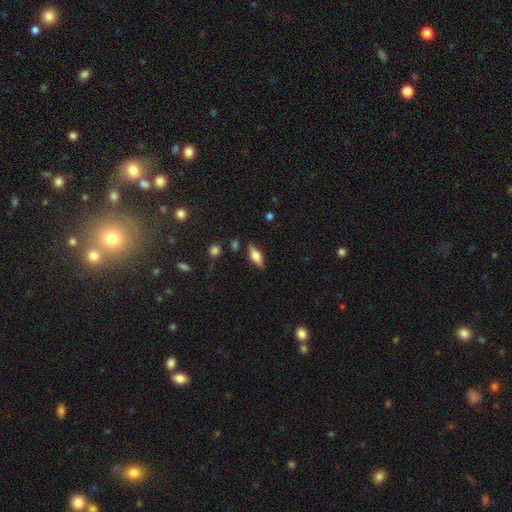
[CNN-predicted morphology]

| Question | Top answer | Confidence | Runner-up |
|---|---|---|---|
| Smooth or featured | smooth | 49% | featured or disk (44%) |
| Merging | none | 83% | minor disturbance (12%) |